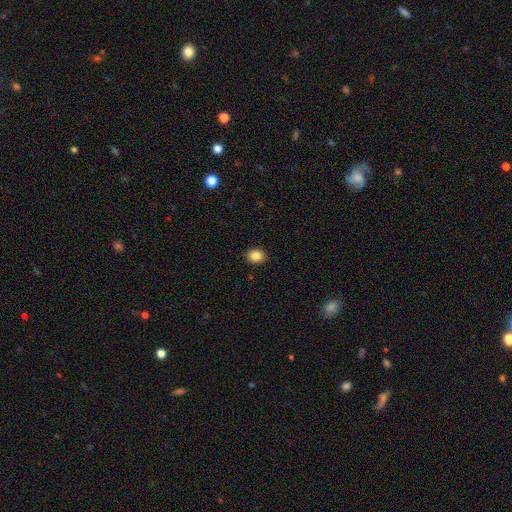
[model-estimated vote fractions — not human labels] A smooth galaxy with no disk features (86%) that is round (53%).

Vote fractions:
- Smooth or featured? smooth: 86% / star or artifact: 9% / featured or disk: 5%
- How rounded? round: 53% / in between: 47% / cigar-shaped: 1%
- Merging? none: 91% / minor disturbance: 6% / major disturbance: 2% / merger: 1%